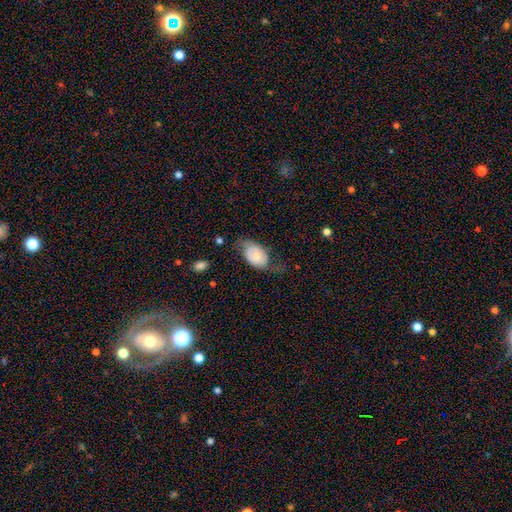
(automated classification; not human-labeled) Smooth or featured: smooth — 57% (featured or disk — 36%)
How rounded: in between — 87% (round — 11%)
Merging: none — 41% (minor disturbance — 33%)